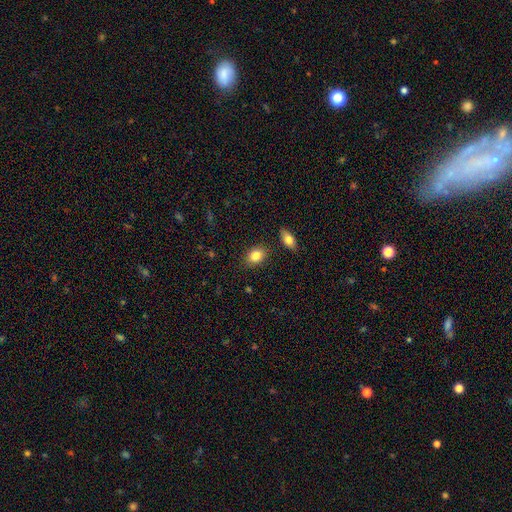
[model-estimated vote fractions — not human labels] A smooth galaxy with no disk features (83%) that is in between round and cigar-shaped (71%). Merging: none (85%).